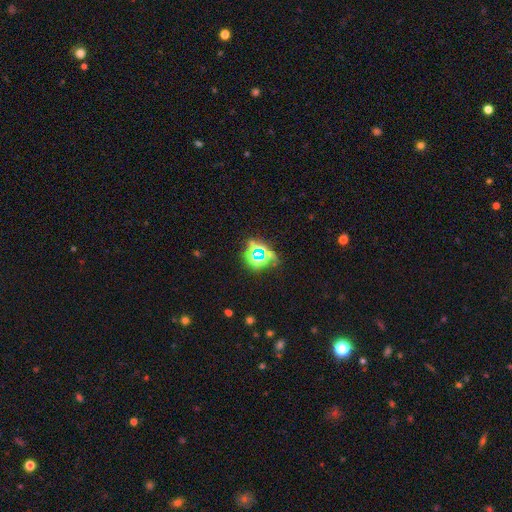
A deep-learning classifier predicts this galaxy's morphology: This appears to be a star or artifact, not a galaxy (68%).